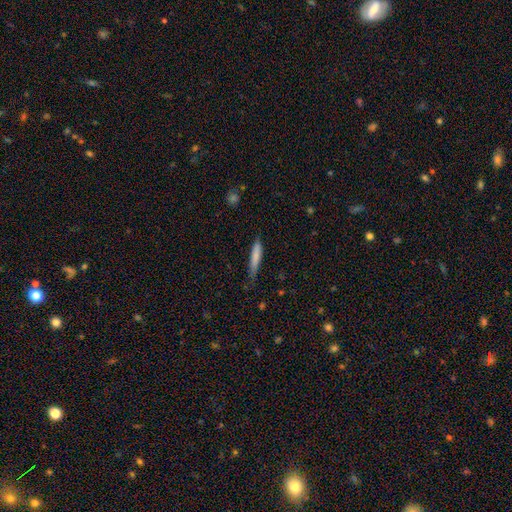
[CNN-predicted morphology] A smooth galaxy with no disk features (77%) that is cigar-shaped (90%). Merging: none (68%).